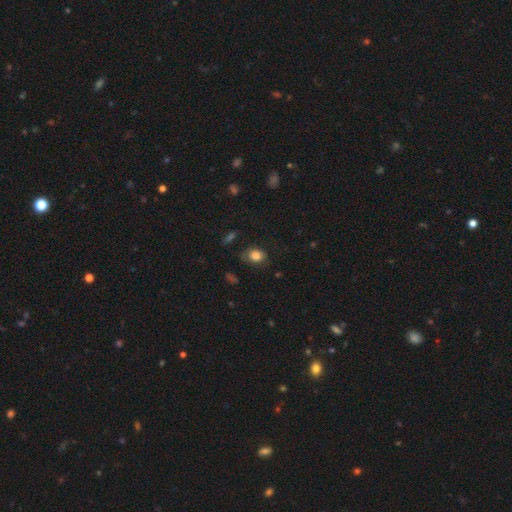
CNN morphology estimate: Overall: smooth (83%). How rounded: in between (52%; round 47%). Merging: none (70%).